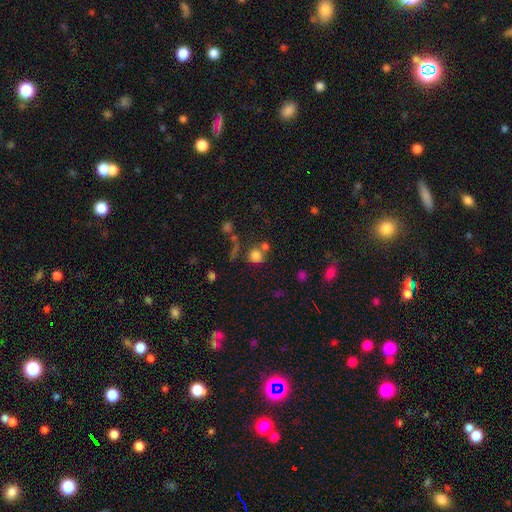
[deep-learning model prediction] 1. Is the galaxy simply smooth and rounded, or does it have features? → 76% smooth, 16% star or artifact, 8% featured or disk.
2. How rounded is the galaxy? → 88% round, 11% in between, 1% cigar-shaped.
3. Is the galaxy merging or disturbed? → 57% none, 26% merger, 10% minor disturbance, 7% major disturbance.